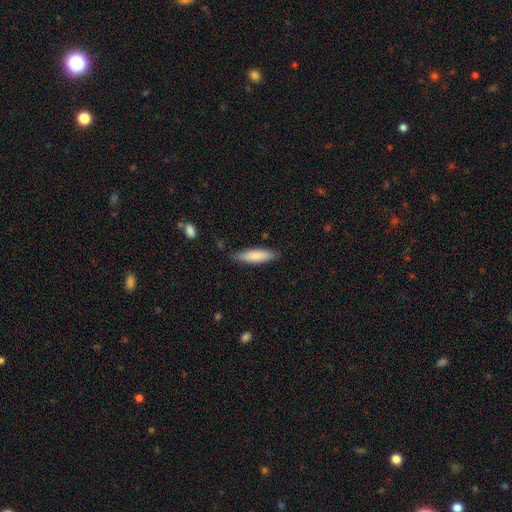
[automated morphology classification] Overall: smooth (84%). How rounded: cigar-shaped (63%; in between 35%). Merging: none (81%).